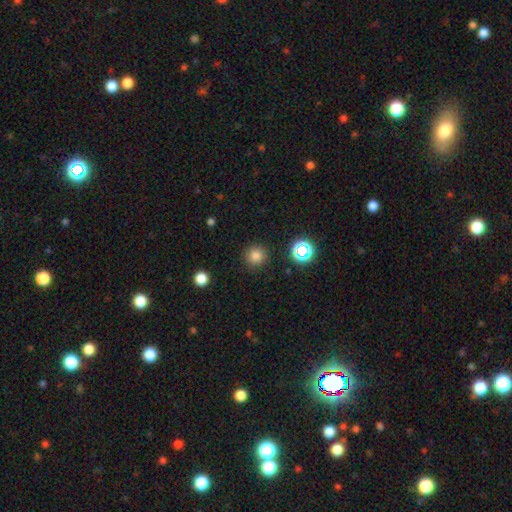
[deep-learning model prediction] Morphology: type=smooth (78%); roundness=round (94%); merging=none (89%).